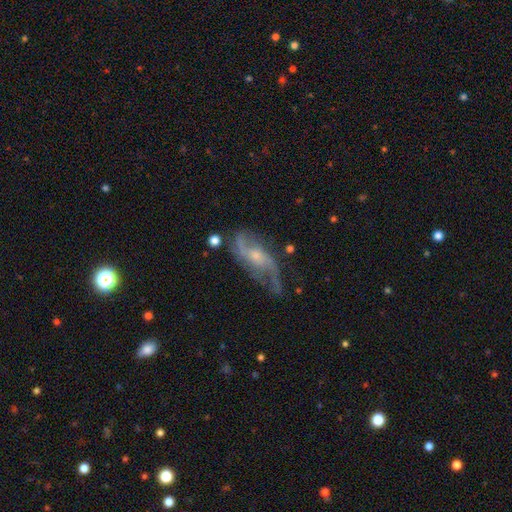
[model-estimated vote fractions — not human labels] Smooth or featured?
  - featured or disk: 83% *
  - smooth: 10%
  - star or artifact: 7%
Edge-on disk?
  - no: 92% *
  - yes: 8%
Bar?
  - no: 57% *
  - weak: 35%
  - strong: 8%
Spiral arms?
  - yes: 93% *
  - no: 7%
Spiral winding?
  - loose: 56% *
  - medium: 34%
  - tight: 10%
Spiral arm count?
  - 2: 81% *
  - can't tell: 8%
  - 3: 4%
  - 1: 3%
  - 4: 2%
  - more than 4: 2%
Bulge size?
  - small: 56% *
  - moderate: 35%
  - none: 6%
  - large: 2%
  - dominant: 1%
Merging?
  - none: 60% *
  - minor disturbance: 22%
  - major disturbance: 14%
  - merger: 3%